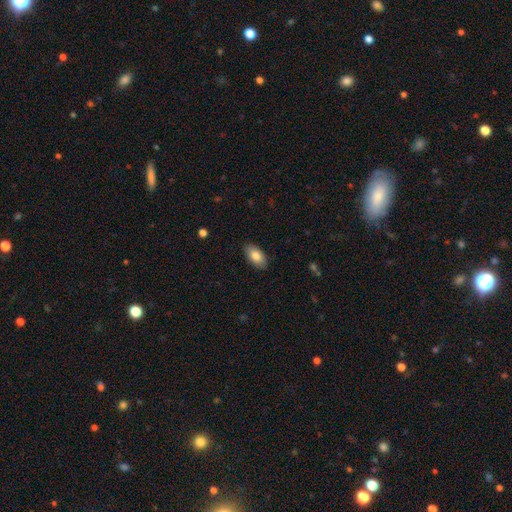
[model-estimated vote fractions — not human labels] Morphology: type=smooth (83%); roundness=in between (94%); merging=none (88%).